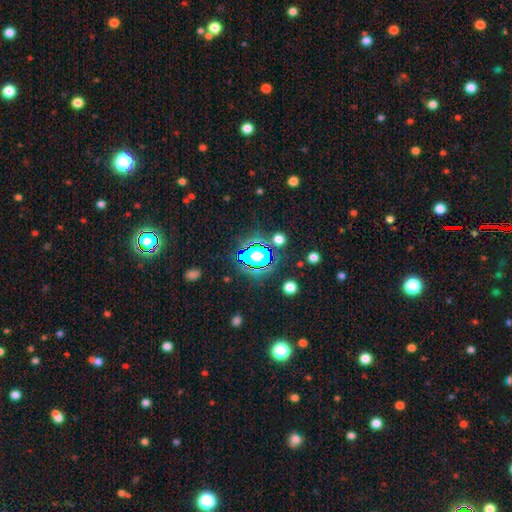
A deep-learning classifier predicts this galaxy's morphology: This appears to be a star or artifact, not a galaxy (55%).